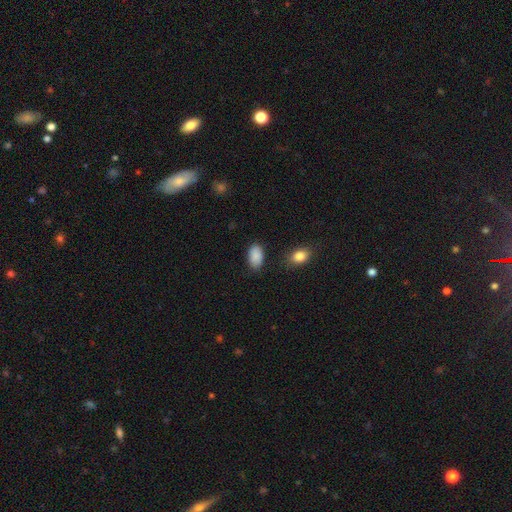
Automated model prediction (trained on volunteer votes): Q: Smooth or featured?
A: smooth (89%); runner-up: star or artifact (7%)
Q: How rounded?
A: in between (93%); runner-up: round (5%)
Q: Merging?
A: none (81%); runner-up: minor disturbance (14%)